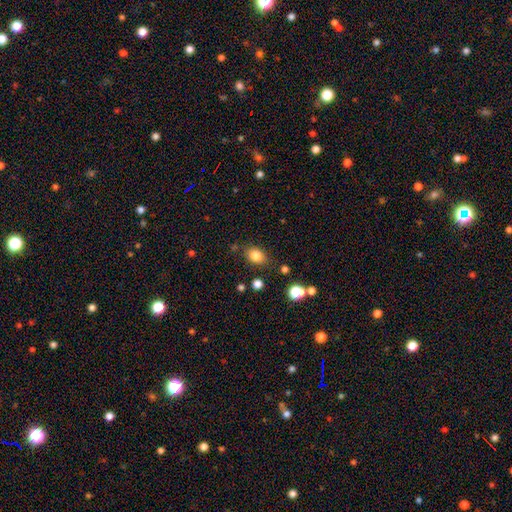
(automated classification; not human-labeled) This appears to be a smooth galaxy with no disk features (82%) that is in between round and cigar-shaped (63%). Merging: none (79%).